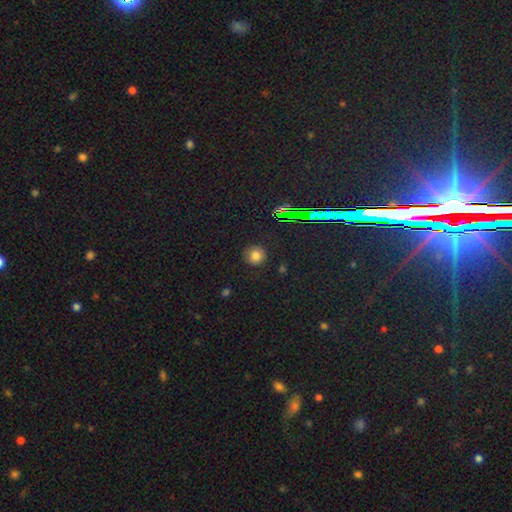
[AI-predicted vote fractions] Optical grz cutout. It shows a smooth galaxy with no disk features (76%) that is round (92%). Merging: none (87%).